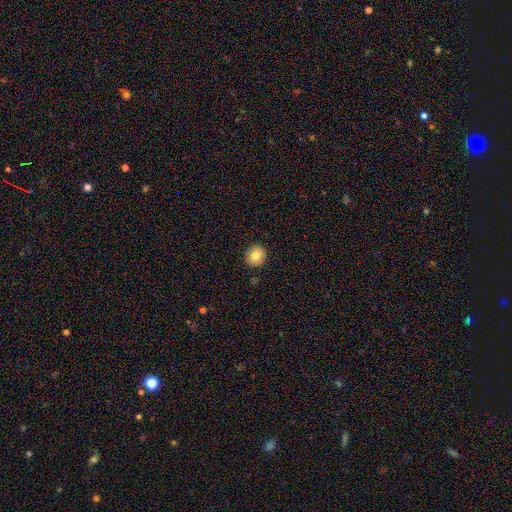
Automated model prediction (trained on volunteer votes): smooth-or-featured: smooth: 82% | featured or disk: 9% | star or artifact: 9%
  how-rounded: round: 85% | in between: 14% | cigar-shaped: 1%
  merging: none: 91% | minor disturbance: 6% | major disturbance: 2% | merger: 1%